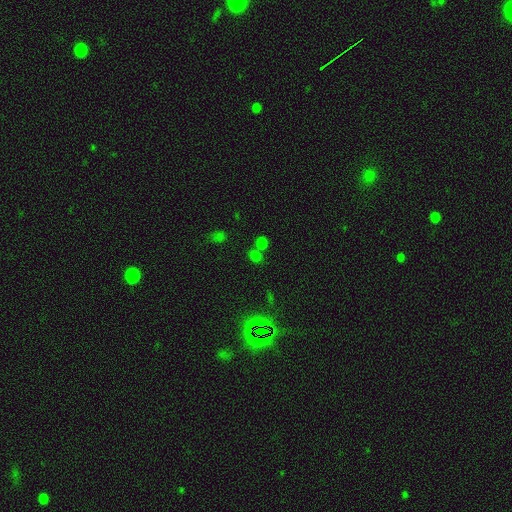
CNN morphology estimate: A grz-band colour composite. It shows a smooth galaxy with no disk features (57%) that is round (72%). Merging: none (62%).